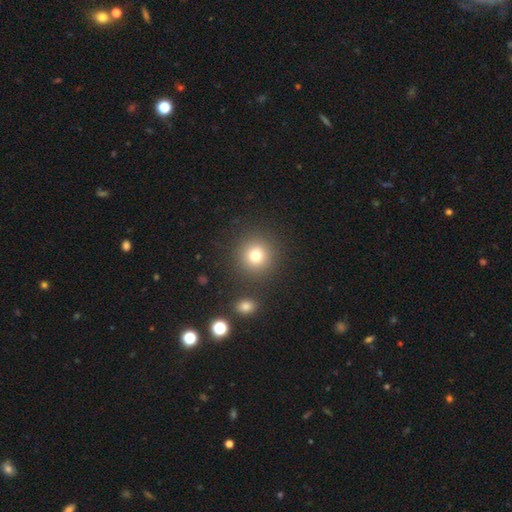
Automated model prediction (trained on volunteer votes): The model was most divided on "smooth or featured": smooth: 76%, star or artifact: 15%, featured or disk: 9%. More confident: how rounded — round (93%); merging — none (86%).